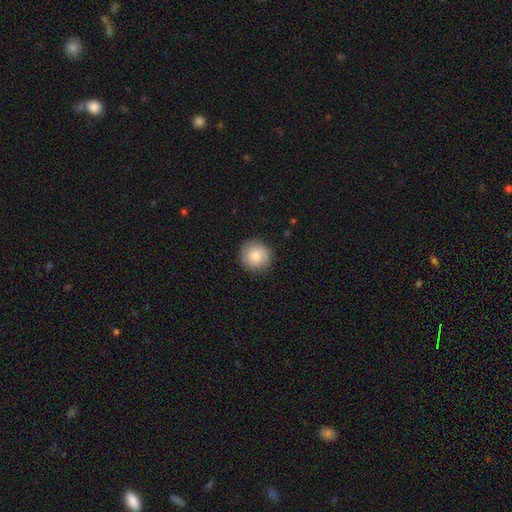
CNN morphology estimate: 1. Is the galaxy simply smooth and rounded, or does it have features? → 84% smooth, 9% featured or disk, 7% star or artifact.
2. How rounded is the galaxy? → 94% round, 5% in between, 1% cigar-shaped.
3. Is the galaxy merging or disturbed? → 87% none, 10% minor disturbance, 2% major disturbance, 1% merger.